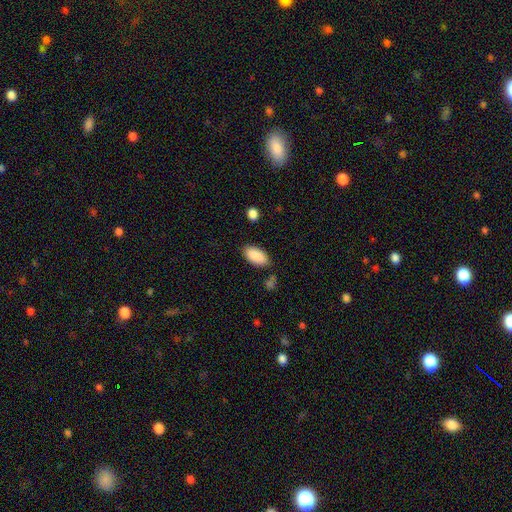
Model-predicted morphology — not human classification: Q: Smooth or featured?
A: smooth (90%); runner-up: star or artifact (6%)
Q: How rounded?
A: in between (94%); runner-up: cigar-shaped (3%)
Q: Merging?
A: none (80%); runner-up: minor disturbance (13%)